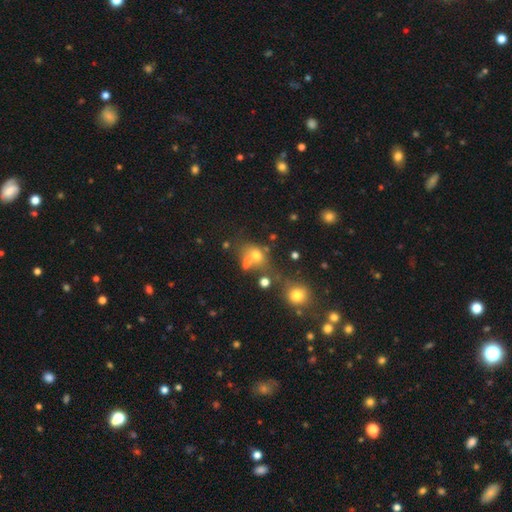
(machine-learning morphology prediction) This appears to be a smooth galaxy with no disk features (65%) that is round (54%). Merging: none (42%).